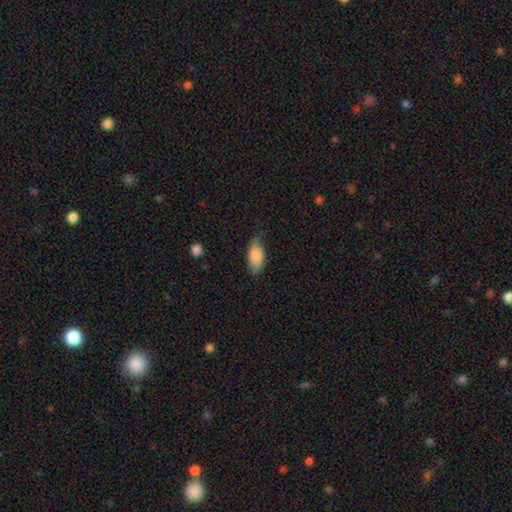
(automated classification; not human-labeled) This appears to be a smooth galaxy with no disk features (85%) that is in between round and cigar-shaped (90%). Merging: none (65%).